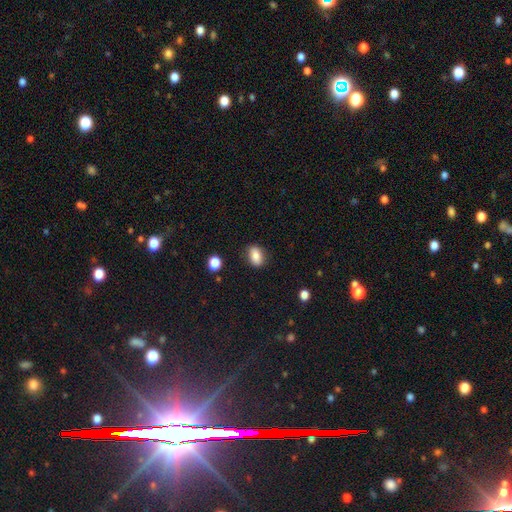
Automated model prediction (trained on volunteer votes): smooth-or-featured: smooth: 84% | star or artifact: 9% | featured or disk: 7%
  how-rounded: in between: 78% | round: 19% | cigar-shaped: 2%
  merging: none: 84% | minor disturbance: 11% | major disturbance: 3% | merger: 2%